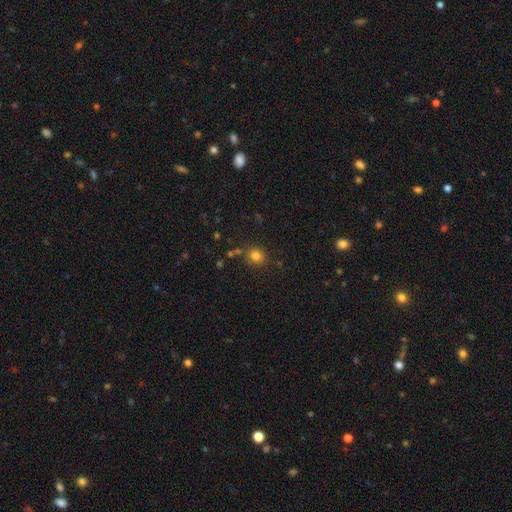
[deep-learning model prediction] This is clearly a smooth galaxy (80%). How rounded: clearly round (81%). Merging: likely none (79%).